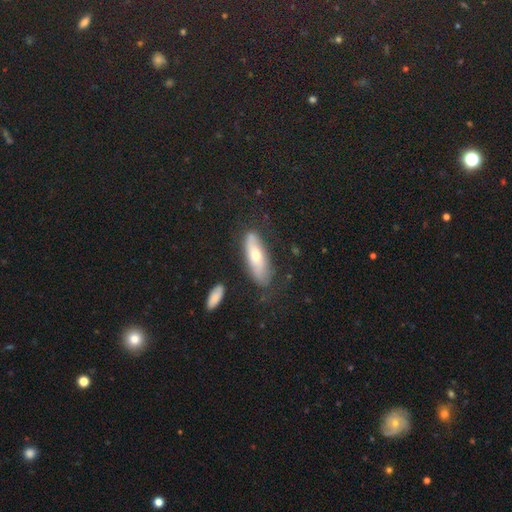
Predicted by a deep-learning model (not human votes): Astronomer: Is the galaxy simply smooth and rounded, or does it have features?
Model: smooth — 48% (runner-up: featured or disk, 42%).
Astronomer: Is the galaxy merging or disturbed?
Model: none — 71%.